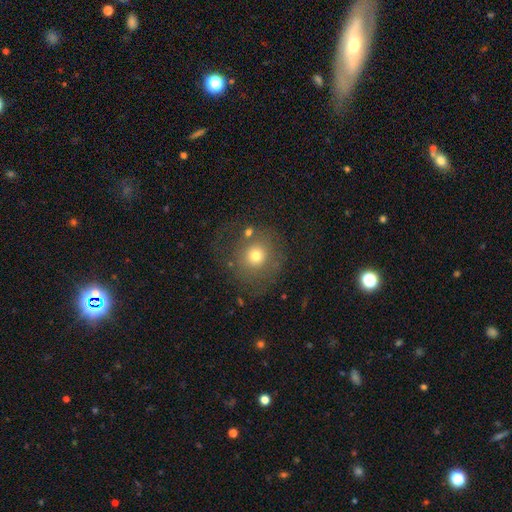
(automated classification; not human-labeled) smooth 67%, featured or disk 20%, star or artifact 14%. Down the decision tree: how rounded — round (88%); merging — none (66%).